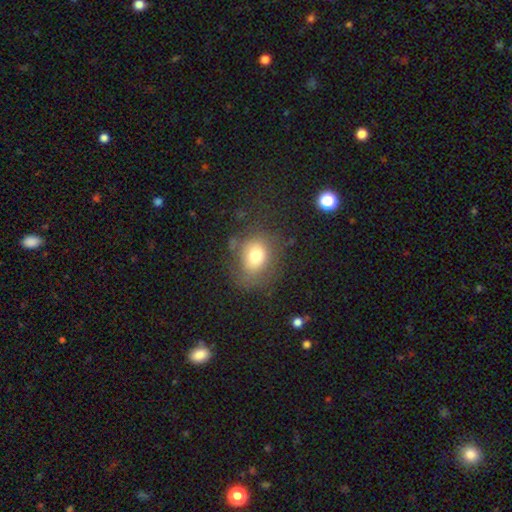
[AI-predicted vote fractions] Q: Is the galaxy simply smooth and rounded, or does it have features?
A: smooth — 71%.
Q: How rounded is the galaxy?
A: round — 58%.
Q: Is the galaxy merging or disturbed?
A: none — 60%.